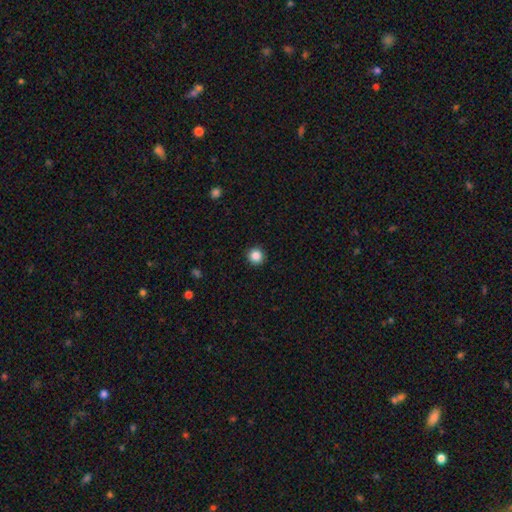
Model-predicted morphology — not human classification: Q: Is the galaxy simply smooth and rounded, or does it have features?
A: smooth — 86%.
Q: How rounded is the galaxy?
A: round — 95%.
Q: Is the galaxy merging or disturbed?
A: none — 93%.